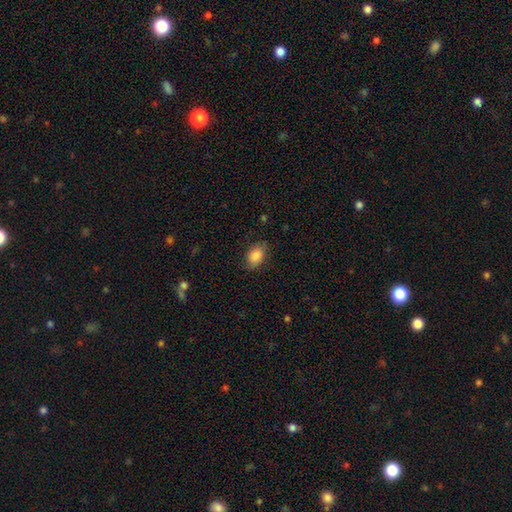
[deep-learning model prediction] Smooth or featured? Predicted: smooth (p=0.85). How rounded? Predicted: in between (p=0.83). Merging? Predicted: none (p=0.78).